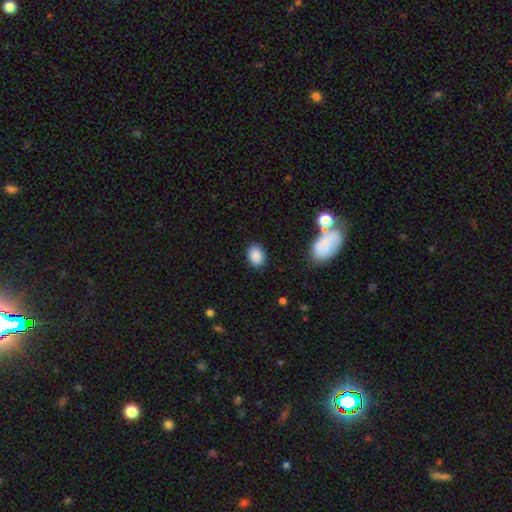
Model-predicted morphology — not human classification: A smooth galaxy with no disk features (87%) that is in between round and cigar-shaped (70%). Merging: none (86%).